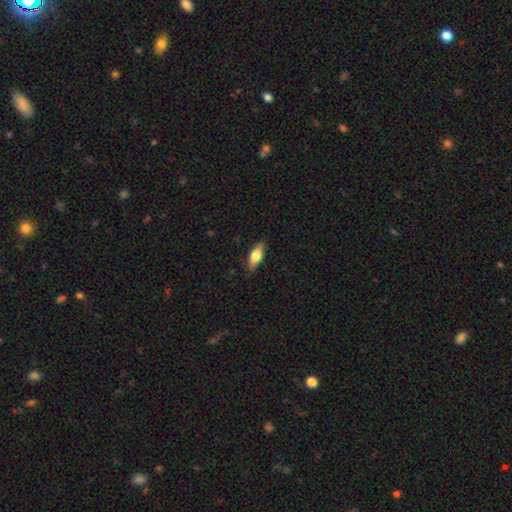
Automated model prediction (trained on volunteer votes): Smooth or featured? smooth (67%)
How rounded? in between (73%)
Merging? none (86%)